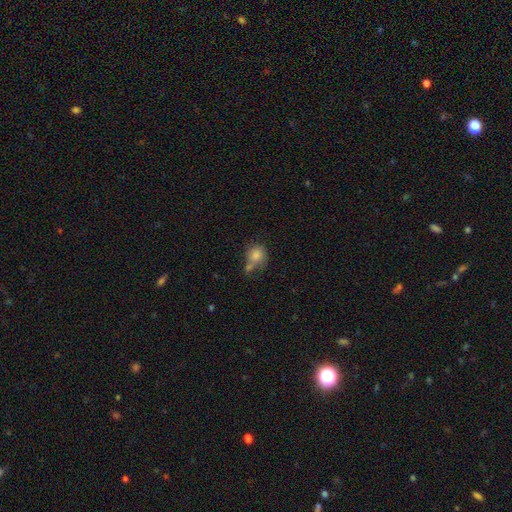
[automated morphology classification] smooth-or-featured: smooth: 81% | featured or disk: 9% | star or artifact: 9%
  how-rounded: round: 72% | in between: 27% | cigar-shaped: 1%
  merging: none: 42% | merger: 31% | minor disturbance: 18% | major disturbance: 9%